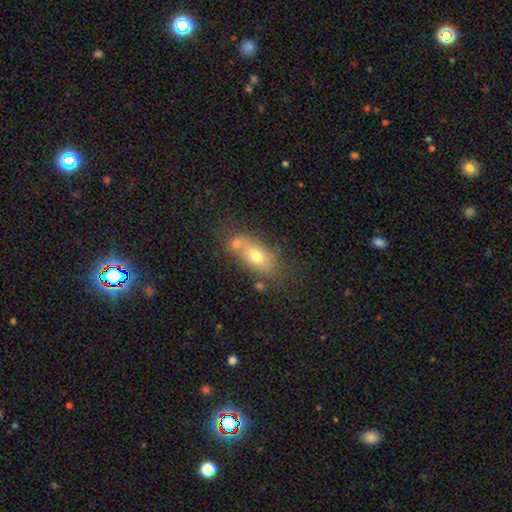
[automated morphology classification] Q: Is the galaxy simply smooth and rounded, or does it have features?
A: smooth — 68%.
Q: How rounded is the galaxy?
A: in between — 80%.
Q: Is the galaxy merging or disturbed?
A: none — 50%.